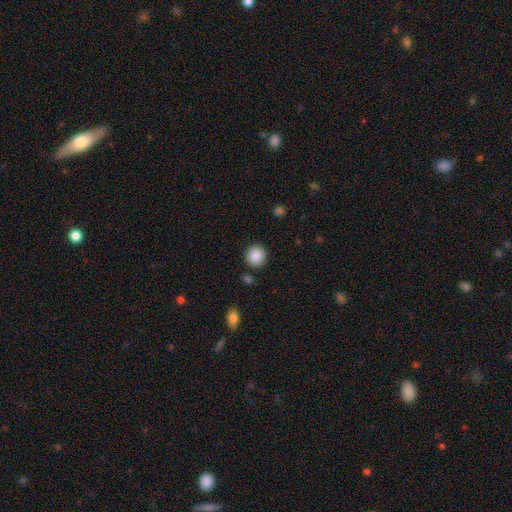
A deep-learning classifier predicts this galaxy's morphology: This appears to be a smooth galaxy with no disk features (89%) that is round (92%). Merging: none (89%).